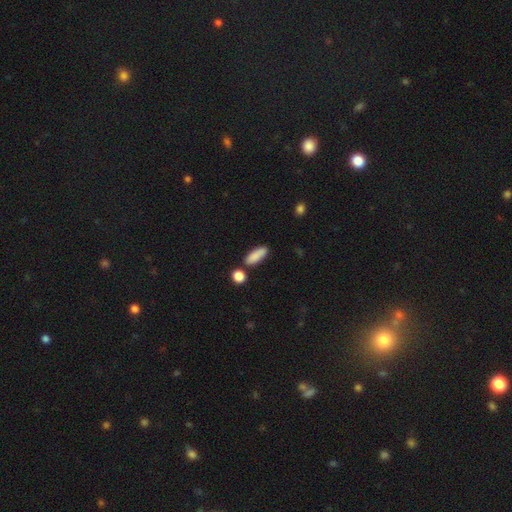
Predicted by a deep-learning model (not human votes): This appears to be a smooth galaxy with no disk features (87%) that is in between round and cigar-shaped (61%). Merging: none (76%).